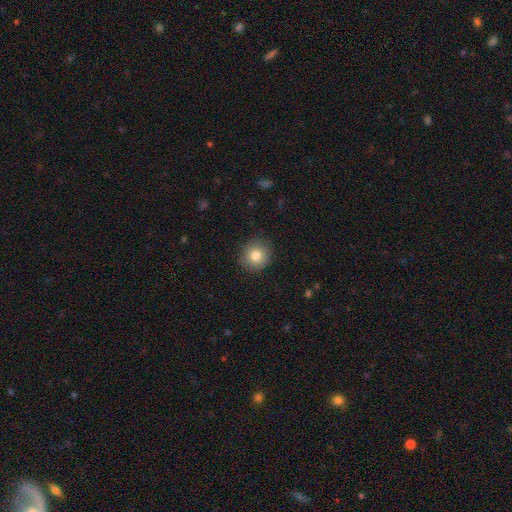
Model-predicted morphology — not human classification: Smooth or featured: smooth — 81% (star or artifact — 10%)
How rounded: round — 92% (in between — 7%)
Merging: none — 88% (minor disturbance — 9%)